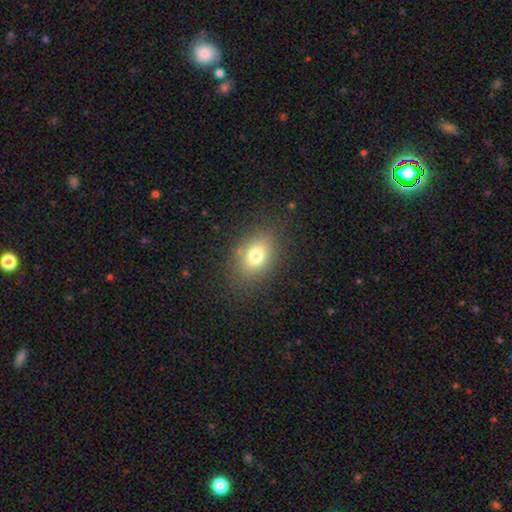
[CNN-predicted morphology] Smooth or featured?
  - smooth: 75% *
  - featured or disk: 13%
  - star or artifact: 12%
How rounded?
  - in between: 73% *
  - round: 26%
  - cigar-shaped: 1%
Merging?
  - none: 81% *
  - minor disturbance: 12%
  - major disturbance: 5%
  - merger: 2%